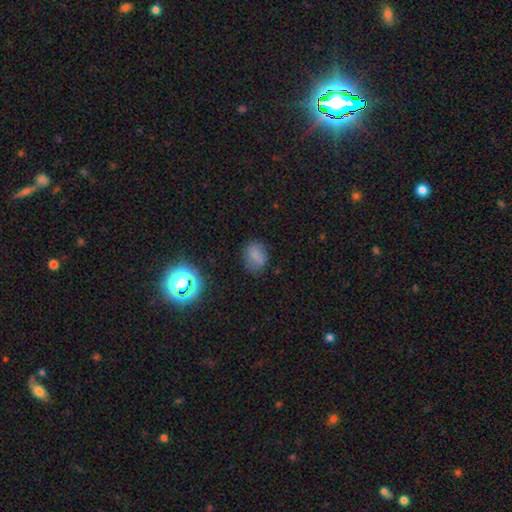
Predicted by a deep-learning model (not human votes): Overall: smooth (73%). How rounded: in between (58%; round 40%). Merging: none (72%).